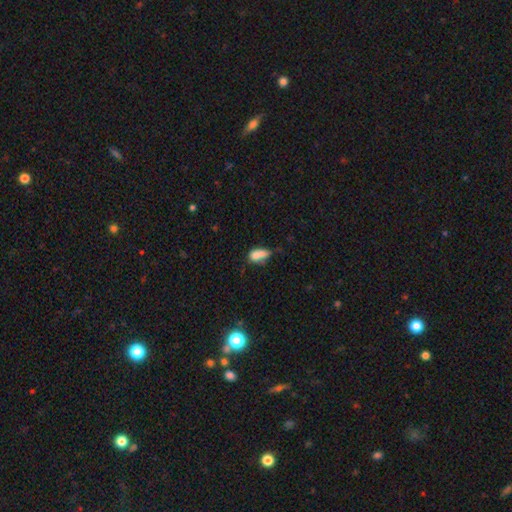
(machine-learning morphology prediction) A smooth galaxy with no disk features (73%) that is in between round and cigar-shaped (80%). Merging: minor disturbance (31%).